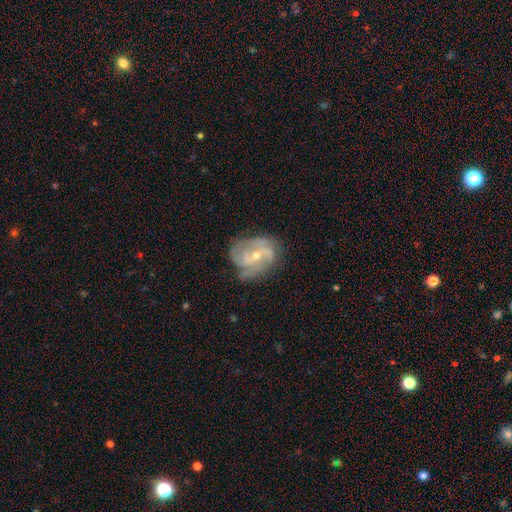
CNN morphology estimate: Smooth or featured?
  - featured or disk: 86% *
  - smooth: 8%
  - star or artifact: 6%
Edge-on disk?
  - no: 97% *
  - yes: 3%
Bar?
  - no: 43% *
  - weak: 42%
  - strong: 16%
Spiral arms?
  - yes: 95% *
  - no: 5%
Spiral winding?
  - medium: 47% *
  - tight: 36%
  - loose: 18%
Spiral arm count?
  - 3: 42% *
  - 2: 25%
  - can't tell: 15%
  - 4: 10%
  - 1: 4%
  - more than 4: 4%
Bulge size?
  - small: 53% *
  - moderate: 44%
  - none: 1%
  - large: 1%
  - dominant: 1%
Merging?
  - none: 65% *
  - minor disturbance: 23%
  - major disturbance: 10%
  - merger: 2%